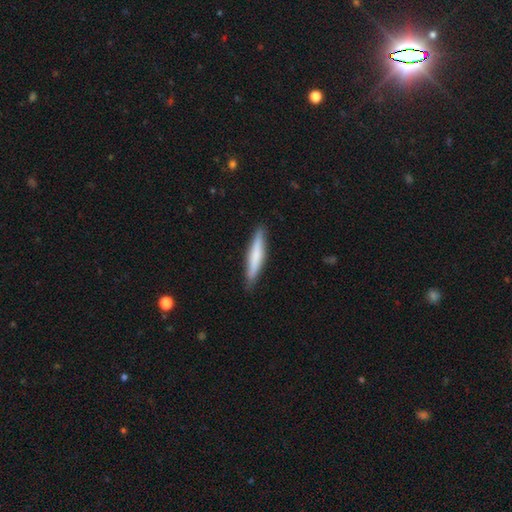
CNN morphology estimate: This appears to be a smooth galaxy with no disk features (64%) that is cigar-shaped (91%). Merging: none (87%).